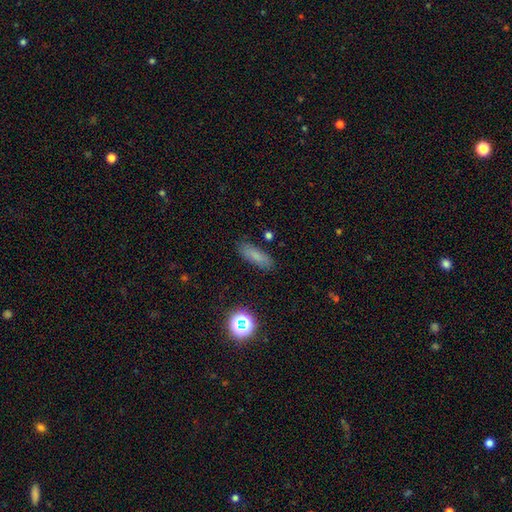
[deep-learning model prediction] A smooth galaxy with no disk features (77%) that is in between round and cigar-shaped (55%).

Vote fractions:
- Smooth or featured? smooth: 77% / star or artifact: 13% / featured or disk: 11%
- How rounded? in between: 55% / cigar-shaped: 41% / round: 4%
- Merging? none: 83% / minor disturbance: 11% / major disturbance: 3% / merger: 2%